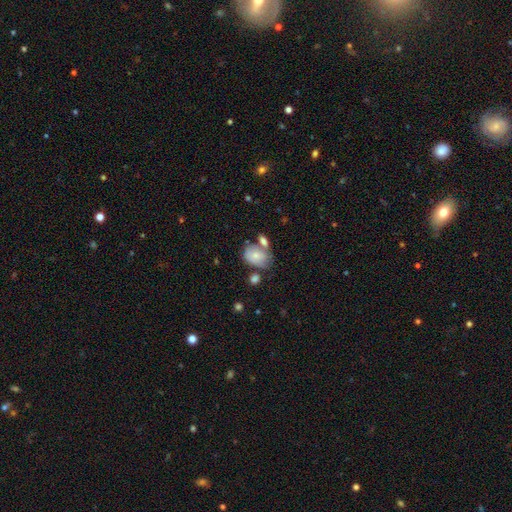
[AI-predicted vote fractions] Q: Smooth or featured?
A: smooth (70%); runner-up: featured or disk (22%)
Q: How rounded?
A: in between (71%); runner-up: round (28%)
Q: Merging?
A: none (38%); runner-up: merger (31%)